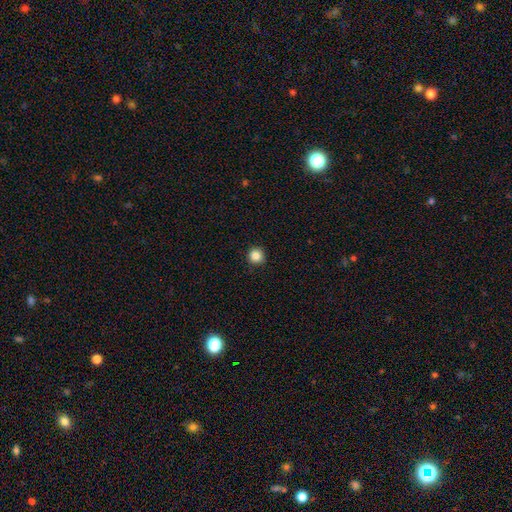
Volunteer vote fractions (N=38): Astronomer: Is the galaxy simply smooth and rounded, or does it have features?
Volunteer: smooth — 97%.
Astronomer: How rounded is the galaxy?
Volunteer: round — 97%.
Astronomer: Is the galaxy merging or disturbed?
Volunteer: none — 89%.